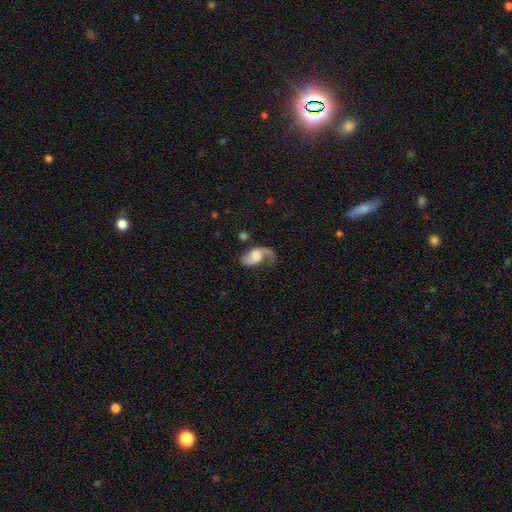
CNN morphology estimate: smooth_or_featured: featured or disk (p=0.77) [alt: smooth p=0.17]
disk_edge_on: no (p=0.97) [alt: yes p=0.03]
bar: no (p=0.53) [alt: weak p=0.37]
has_spiral_arms: yes (p=0.93) [alt: no p=0.07]
spiral_winding: loose (p=0.61) [alt: medium p=0.31]
spiral_arm_count: 2 (p=0.73) [alt: 1 p=0.22]
bulge_size: large (p=0.32) [alt: moderate p=0.30]
merging: none (p=0.47) [alt: major disturbance p=0.27]